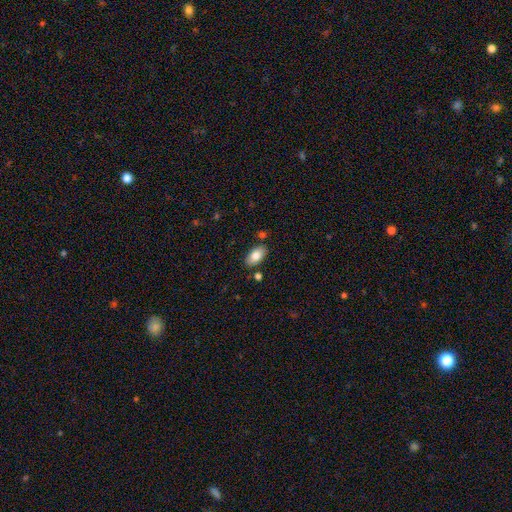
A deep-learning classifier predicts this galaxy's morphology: Smooth or featured?
  - smooth: 83% *
  - featured or disk: 10%
  - star or artifact: 7%
How rounded?
  - in between: 94% *
  - round: 3%
  - cigar-shaped: 3%
Merging?
  - none: 83% *
  - minor disturbance: 11%
  - merger: 4%
  - major disturbance: 2%